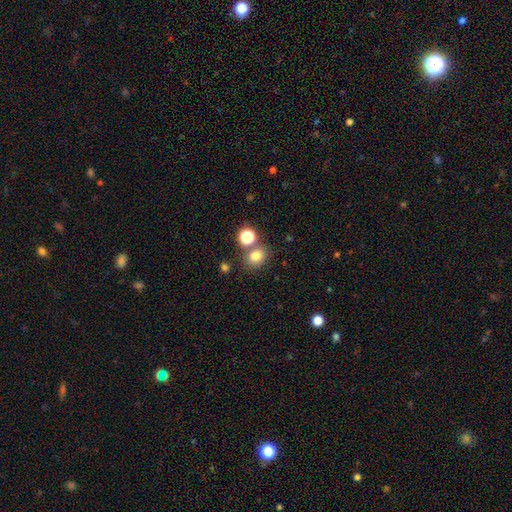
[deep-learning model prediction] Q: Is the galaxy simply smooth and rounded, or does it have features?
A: smooth — 78%.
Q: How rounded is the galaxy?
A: round — 59%.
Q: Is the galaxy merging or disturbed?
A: none — 70%.